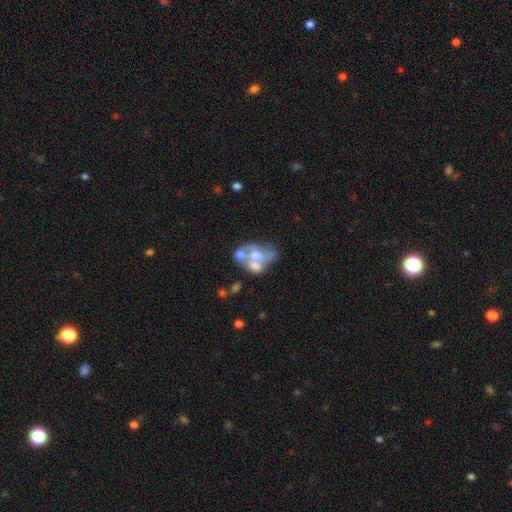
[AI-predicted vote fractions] Overall: featured or disk (62%; smooth 27%). Edge-on disk: no (98%). Bar: no (87%). Spiral arms: no (84%). Bulge size: moderate (45%; none 24%). Merging: merger (50%; none 22%).